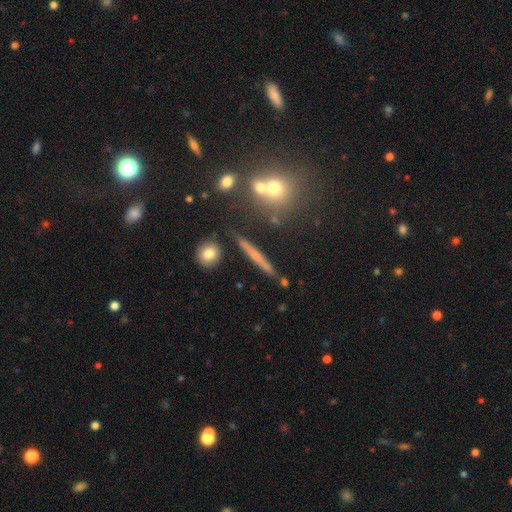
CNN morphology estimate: Q: Smooth or featured?
A: smooth (44%); tied with: featured or disk (44%)
Q: Merging?
A: none (84%); runner-up: minor disturbance (9%)